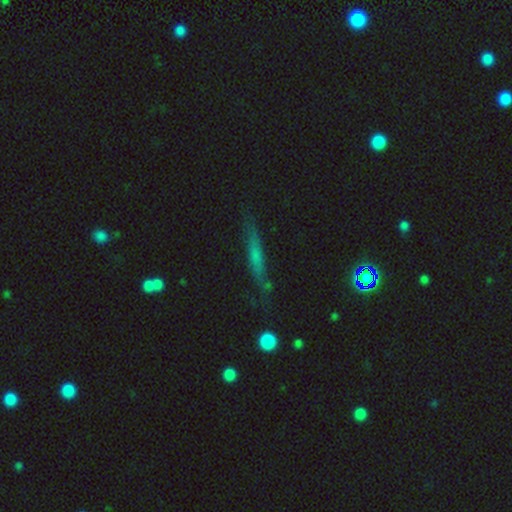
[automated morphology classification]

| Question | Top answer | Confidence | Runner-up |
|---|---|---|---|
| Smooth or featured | smooth | 48% | featured or disk (40%) |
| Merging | none | 75% | minor disturbance (18%) |